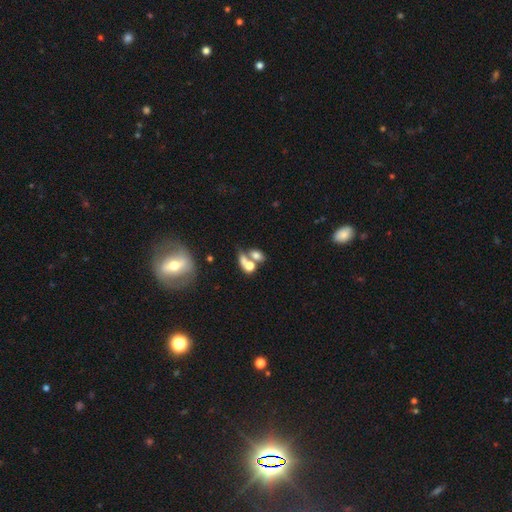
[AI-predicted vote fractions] The model was most divided on "merging": merger: 60%, none: 26%, minor disturbance: 8%, major disturbance: 6%. More confident: how rounded — in between (73%); smooth or featured — smooth (67%).